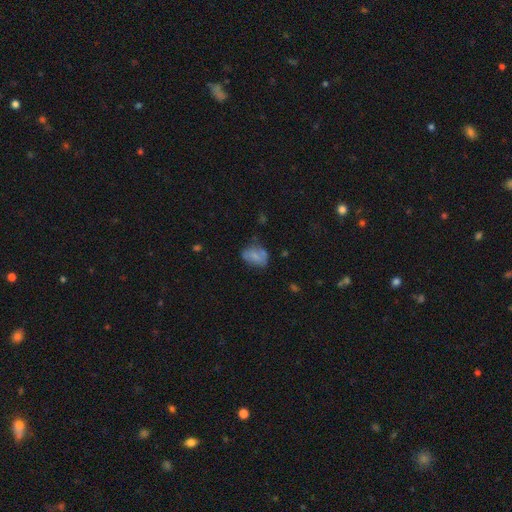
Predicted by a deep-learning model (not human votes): Morphology: type=smooth (62%); roundness=in between (75%); merging=none (53%).